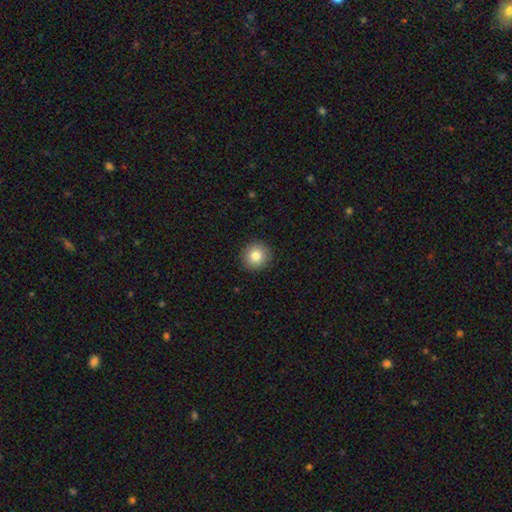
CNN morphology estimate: Overall: smooth (82%). How rounded: round (94%). Merging: none (92%).